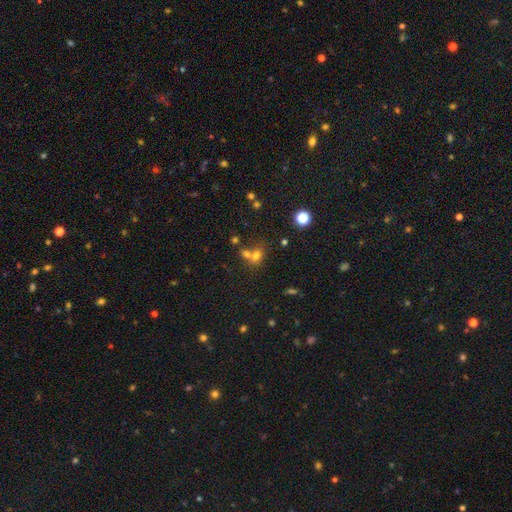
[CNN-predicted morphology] smooth-or-featured: smooth: 66% | star or artifact: 22% | featured or disk: 12%
  how-rounded: round: 62% | in between: 37% | cigar-shaped: 1%
  merging: merger: 48% | none: 39% | minor disturbance: 9% | major disturbance: 5%